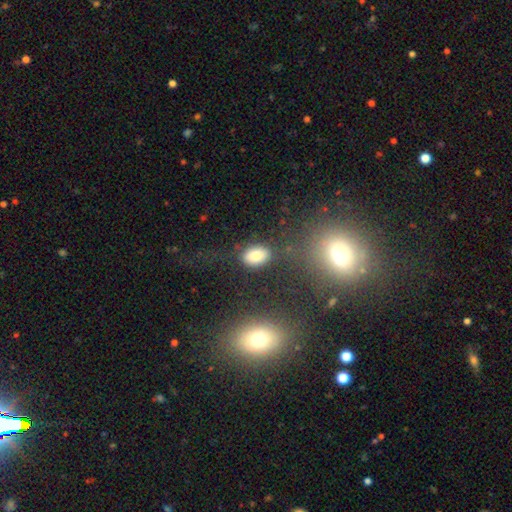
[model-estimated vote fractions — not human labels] smooth-or-featured: smooth: 82% | star or artifact: 10% | featured or disk: 8%
  how-rounded: in between: 84% | round: 15% | cigar-shaped: 2%
  merging: none: 75% | minor disturbance: 15% | major disturbance: 6% | merger: 4%